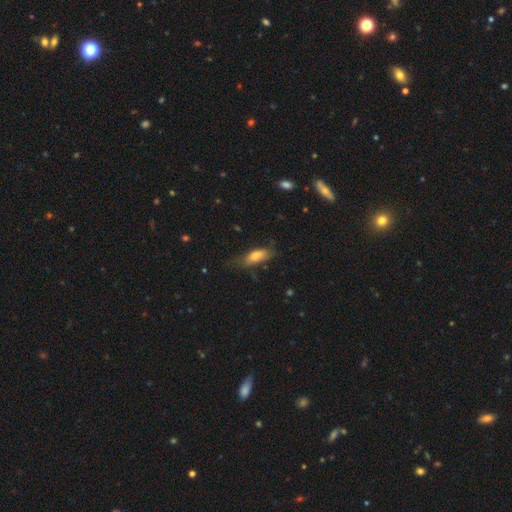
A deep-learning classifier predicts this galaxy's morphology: Smooth or featured? smooth (72%)
How rounded? in between (71%)
Merging? none (58%)